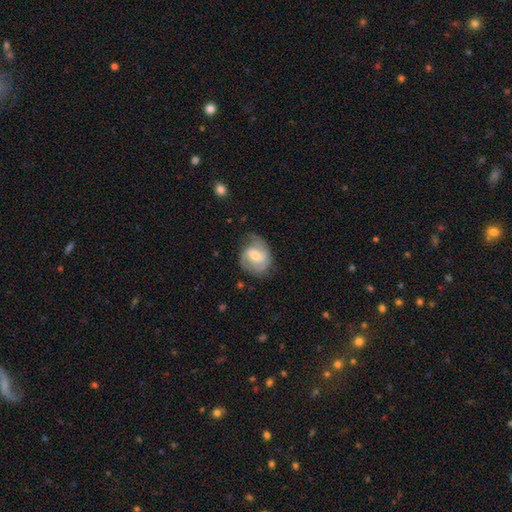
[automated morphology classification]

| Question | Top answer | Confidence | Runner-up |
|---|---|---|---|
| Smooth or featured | featured or disk | 69% | smooth (25%) |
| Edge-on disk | no | 97% | yes (3%) |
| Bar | weak | 50% | no (33%) |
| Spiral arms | yes | 91% | no (9%) |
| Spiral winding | medium | 45% | tight (35%) |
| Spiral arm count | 2 | 65% | can't tell (15%) |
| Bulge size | moderate | 47% | small (44%) |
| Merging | none | 59% | minor disturbance (26%) |